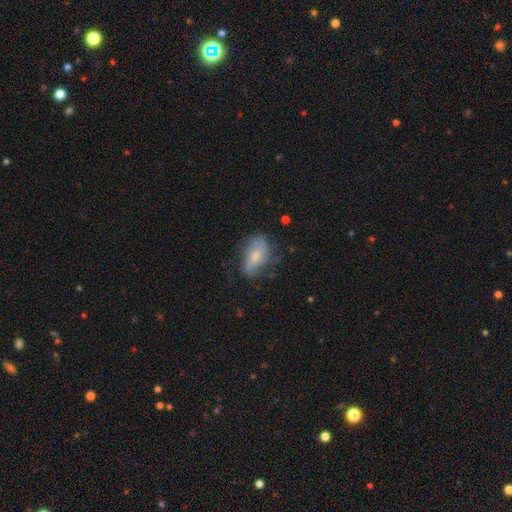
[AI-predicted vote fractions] Smooth or featured: smooth — 47% (featured or disk — 45%)
Merging: none — 56% (minor disturbance — 27%)